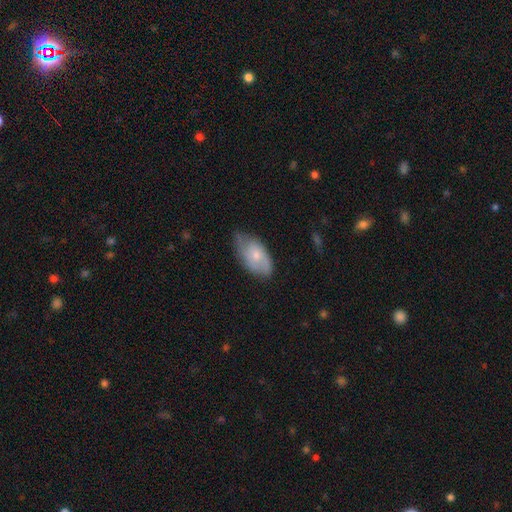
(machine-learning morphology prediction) Overall: smooth (55%; featured or disk 39%). How rounded: in between (92%). Merging: none (56%; minor disturbance 34%).